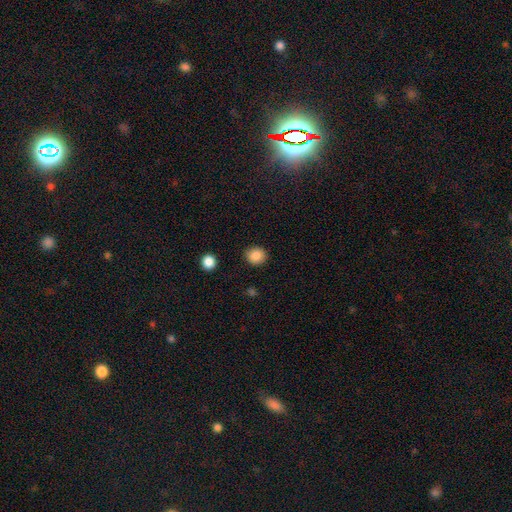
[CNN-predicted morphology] smooth-or-featured: smooth: 87% | star or artifact: 10% | featured or disk: 4%
  how-rounded: round: 84% | in between: 15% | cigar-shaped: 1%
  merging: none: 89% | minor disturbance: 7% | major disturbance: 2% | merger: 1%